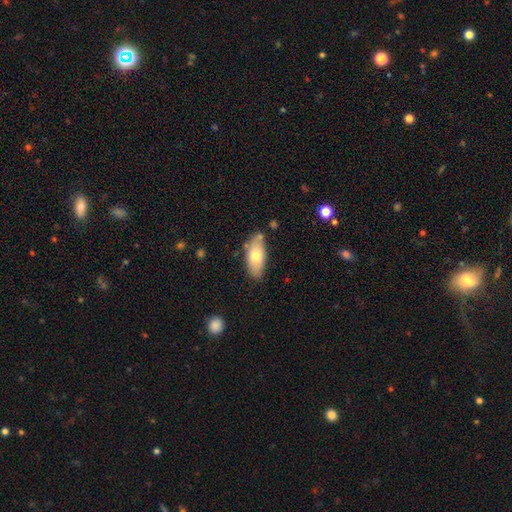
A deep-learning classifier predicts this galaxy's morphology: This is likely a smooth galaxy (70%). How rounded: clearly in between (86%). Merging: likely none (75%).